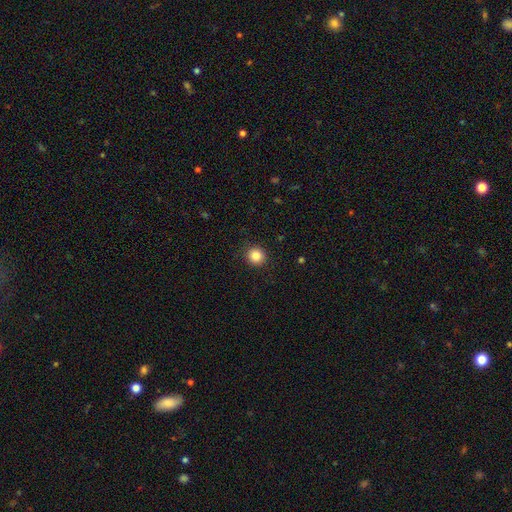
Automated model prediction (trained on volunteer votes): A smooth galaxy with no disk features (85%) that is round (92%). Merging: none (91%).